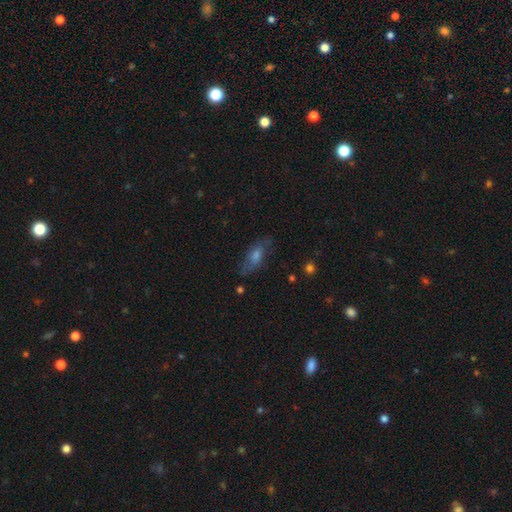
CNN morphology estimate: This appears to be a featured or disk galaxy (44%). Merging: none (71%).